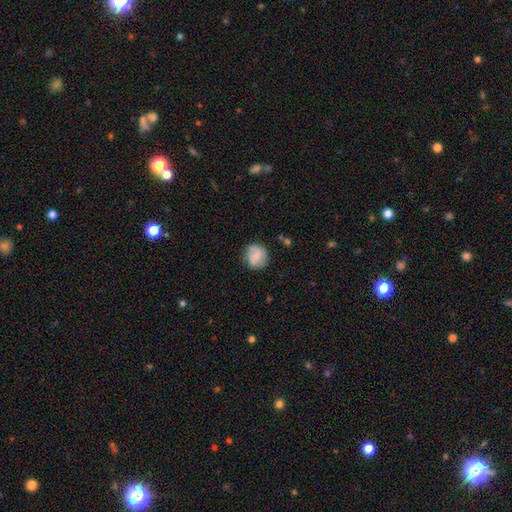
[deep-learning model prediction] This is likely a smooth galaxy (77%). How rounded: clearly round (81%). Merging: likely none (74%).